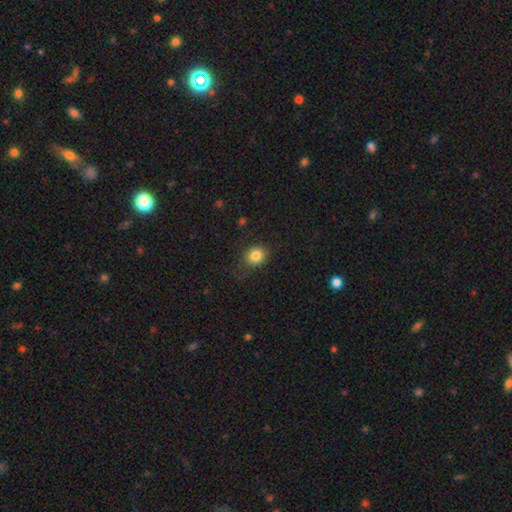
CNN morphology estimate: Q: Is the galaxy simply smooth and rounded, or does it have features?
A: smooth — 83%.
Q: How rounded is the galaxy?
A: round — 73%.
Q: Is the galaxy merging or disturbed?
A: none — 76%.